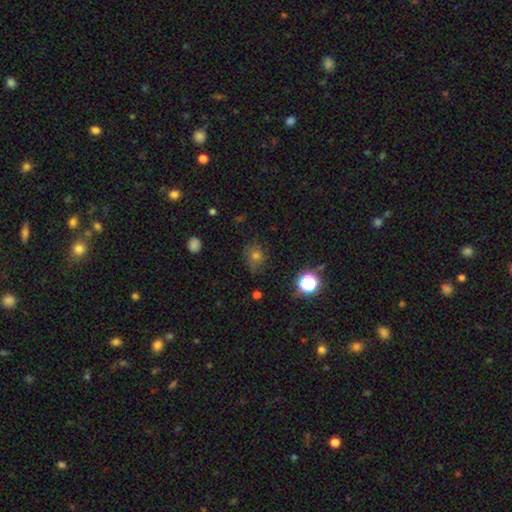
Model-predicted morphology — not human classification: Smooth or featured? smooth (64%)
How rounded? round (64%)
Merging? none (69%)